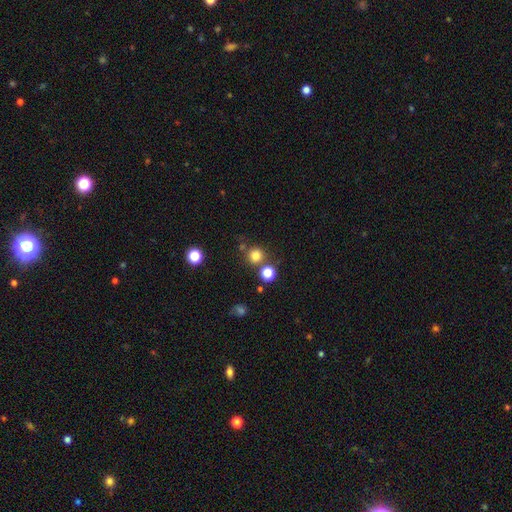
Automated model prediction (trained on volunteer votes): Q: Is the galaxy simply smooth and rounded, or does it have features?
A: smooth — 80%.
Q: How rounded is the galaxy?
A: round — 92%.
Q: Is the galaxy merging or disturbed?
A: none — 75%.